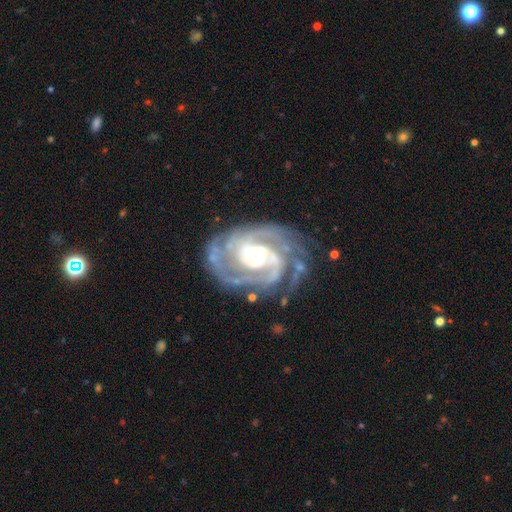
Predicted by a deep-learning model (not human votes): Smooth or featured? featured or disk (93%)
Edge-on disk? no (98%)
Bar? no (49%)
Spiral arms? yes (98%)
Spiral winding? tight (60%)
Spiral arm count? 2 (44%)
Bulge size? moderate (65%)
Merging? none (69%)